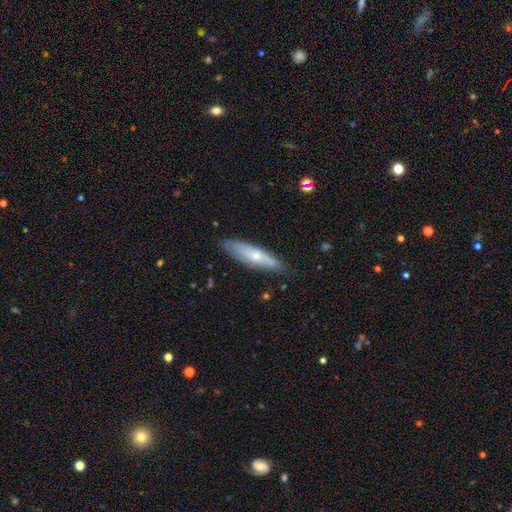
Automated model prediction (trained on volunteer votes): Smooth or featured? Predicted: smooth (p=0.47). Merging? Predicted: none (p=0.80).